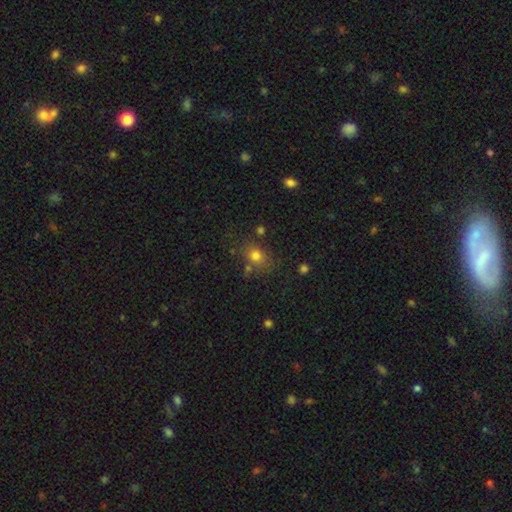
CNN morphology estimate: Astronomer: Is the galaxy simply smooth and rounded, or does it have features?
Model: smooth — 76%.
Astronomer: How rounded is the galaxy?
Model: round — 54% (runner-up: in between, 45%).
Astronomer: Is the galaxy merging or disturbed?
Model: none — 73%.